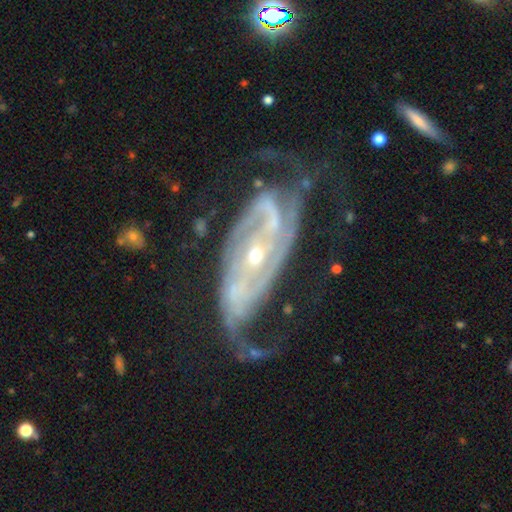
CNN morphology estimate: Q: Smooth or featured?
A: featured or disk (90%); runner-up: star or artifact (5%)
Q: Edge-on disk?
A: no (94%); runner-up: yes (6%)
Q: Bar?
A: no (43%); runner-up: weak (29%)
Q: Spiral arms?
A: yes (96%); runner-up: no (4%)
Q: Spiral winding?
A: medium (42%); runner-up: tight (40%)
Q: Spiral arm count?
A: 2 (58%); runner-up: can't tell (14%)
Q: Bulge size?
A: small (67%); runner-up: moderate (30%)
Q: Merging?
A: none (49%); runner-up: major disturbance (26%)